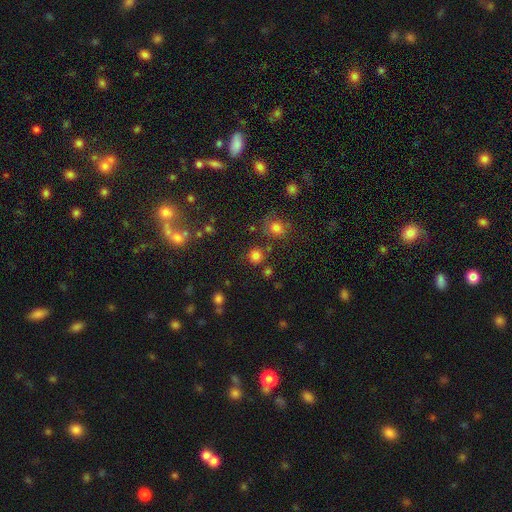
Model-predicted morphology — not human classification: Smooth or featured? Predicted: smooth (p=0.77). How rounded? Predicted: round (p=0.91). Merging? Predicted: none (p=0.81).